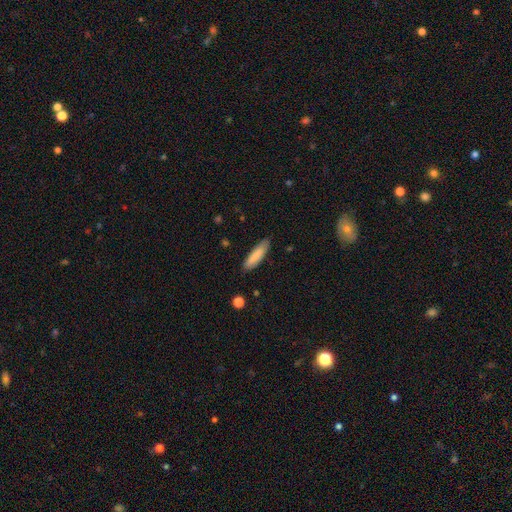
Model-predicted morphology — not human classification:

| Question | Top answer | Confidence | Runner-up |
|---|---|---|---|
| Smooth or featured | smooth | 84% | featured or disk (10%) |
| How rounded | cigar-shaped | 67% | in between (31%) |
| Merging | none | 85% | minor disturbance (12%) |